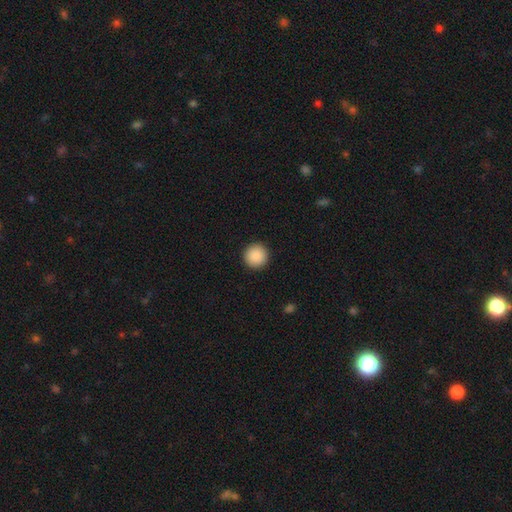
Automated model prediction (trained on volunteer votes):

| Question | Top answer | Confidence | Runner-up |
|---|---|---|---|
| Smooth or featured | smooth | 89% | star or artifact (8%) |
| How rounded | round | 96% | in between (3%) |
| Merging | none | 93% | minor disturbance (4%) |